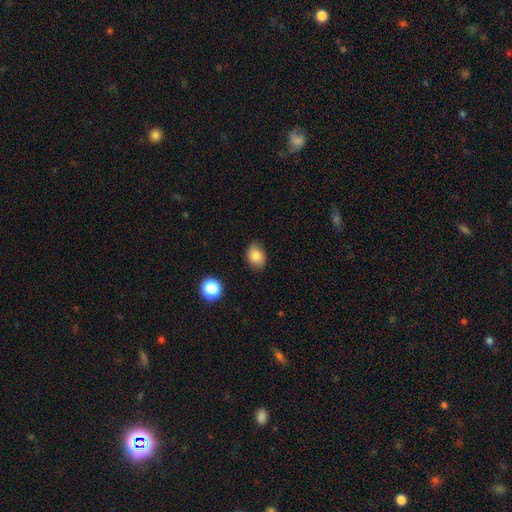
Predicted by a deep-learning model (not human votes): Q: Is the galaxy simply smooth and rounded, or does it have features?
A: smooth — 84%.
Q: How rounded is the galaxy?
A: in between — 71%.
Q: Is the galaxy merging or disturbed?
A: none — 82%.